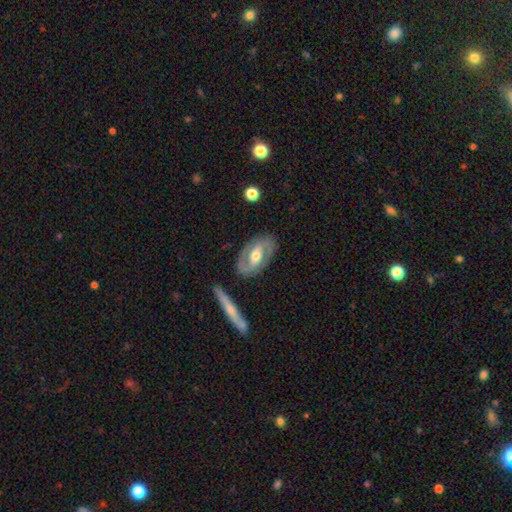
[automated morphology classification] Smooth or featured? featured or disk (77%)
Edge-on disk? no (93%)
Bar? weak (38%)
Spiral arms? yes (84%)
Spiral winding? medium (47%)
Spiral arm count? 2 (88%)
Bulge size? moderate (70%)
Merging? none (82%)